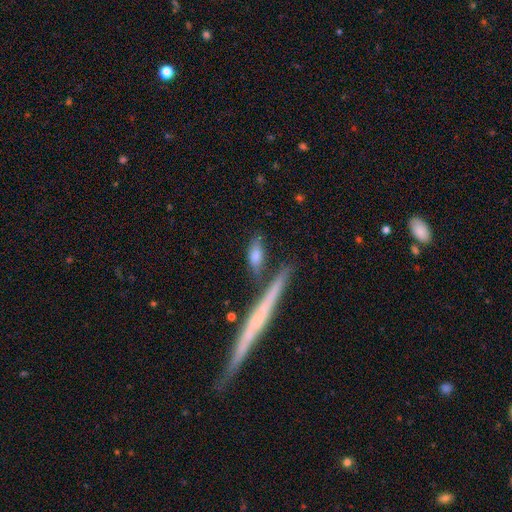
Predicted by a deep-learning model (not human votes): The model was most divided on "how rounded": cigar-shaped: 53%, in between: 42%, round: 5%. More confident: smooth or featured — smooth (67%); merging — none (58%).